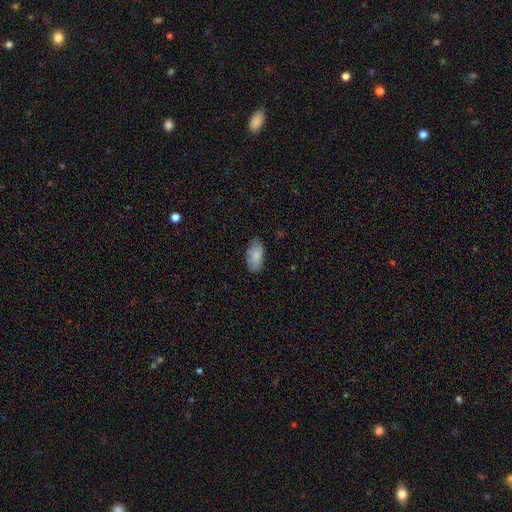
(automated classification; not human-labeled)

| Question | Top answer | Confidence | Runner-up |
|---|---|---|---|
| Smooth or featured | smooth | 86% | featured or disk (7%) |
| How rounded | in between | 94% | cigar-shaped (4%) |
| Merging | none | 82% | minor disturbance (14%) |